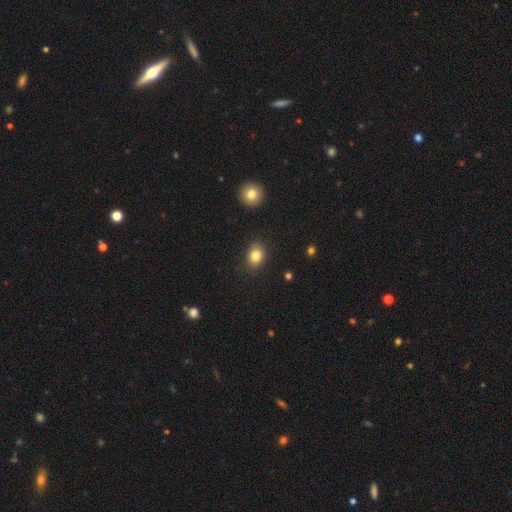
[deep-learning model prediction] smooth-or-featured: smooth: 83% | star or artifact: 10% | featured or disk: 7%
  how-rounded: in between: 58% | round: 41% | cigar-shaped: 1%
  merging: none: 85% | minor disturbance: 11% | major disturbance: 3% | merger: 2%